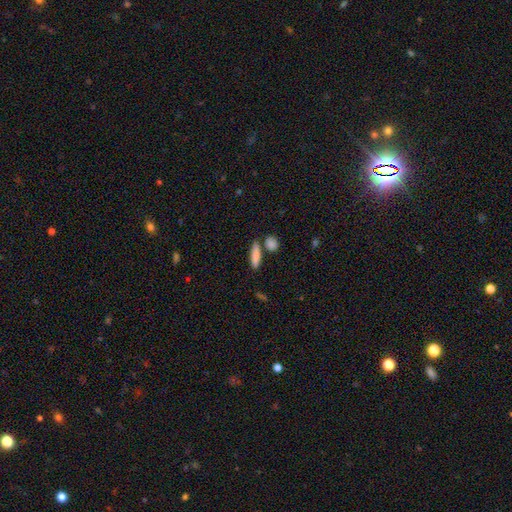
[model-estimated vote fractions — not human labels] Smooth or featured? Predicted: smooth (p=0.81). How rounded? Predicted: cigar-shaped (p=0.67). Merging? Predicted: none (p=0.76).